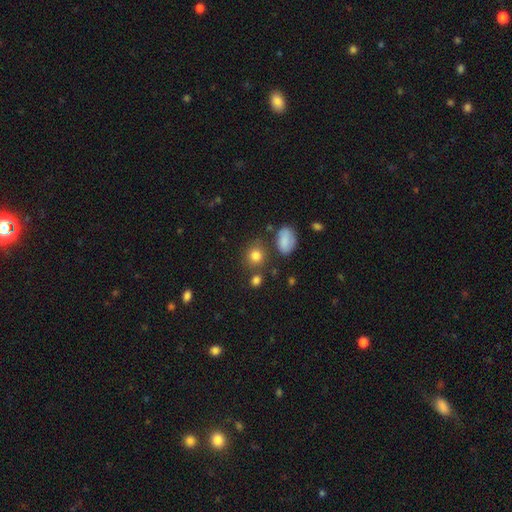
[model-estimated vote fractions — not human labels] A smooth galaxy with no disk features (83%) that is round (77%).

Vote fractions:
- Smooth or featured? smooth: 83% / star or artifact: 11% / featured or disk: 6%
- How rounded? round: 77% / in between: 22% / cigar-shaped: 1%
- Merging? none: 75% / minor disturbance: 12% / merger: 9% / major disturbance: 4%